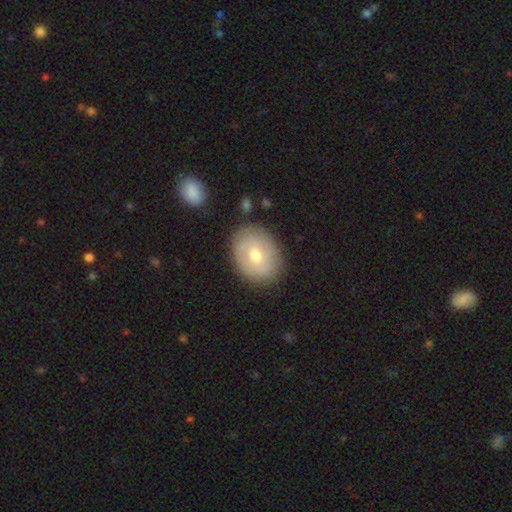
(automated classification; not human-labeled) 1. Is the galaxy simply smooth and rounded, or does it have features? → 47% smooth, 46% featured or disk, 7% star or artifact.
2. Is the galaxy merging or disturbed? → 82% none, 13% minor disturbance, 3% major disturbance, 2% merger.